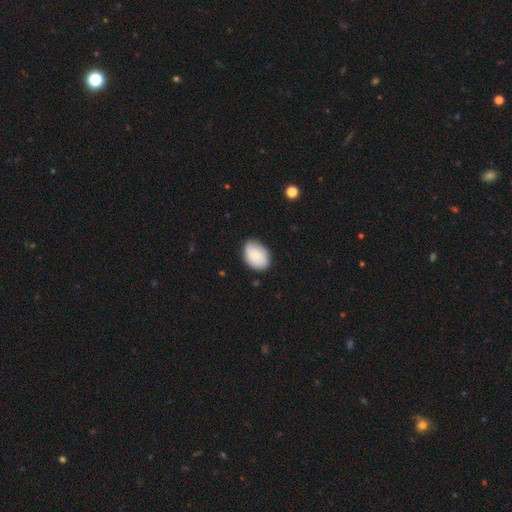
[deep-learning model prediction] Smooth or featured? Predicted: smooth (p=0.75). How rounded? Predicted: in between (p=0.78). Merging? Predicted: none (p=0.79).